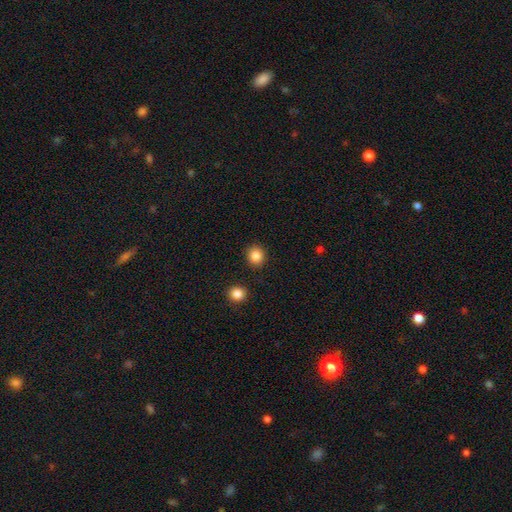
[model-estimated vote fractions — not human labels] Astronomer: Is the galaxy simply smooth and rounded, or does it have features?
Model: smooth — 86%.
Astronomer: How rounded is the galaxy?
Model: round — 84%.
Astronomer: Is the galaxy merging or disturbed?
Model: none — 90%.